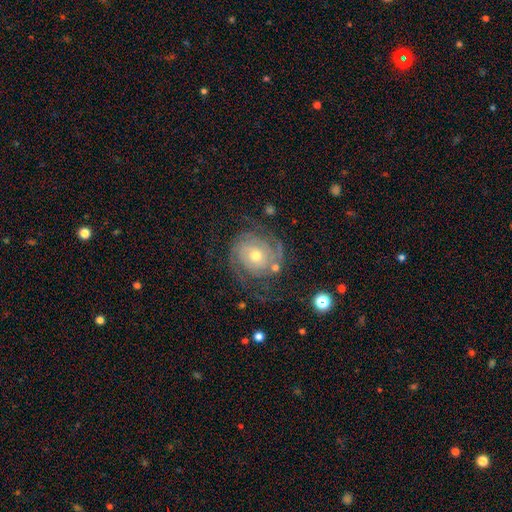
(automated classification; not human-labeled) This is clearly a featured or disk galaxy (85%). It is clearly not viewed edge-on (98%). Bar: likely no (74%). Spiral arm pattern: clearly yes (96%). Spiral arm count: possibly 2 (55%). Spiral winding: likely tight (65%). Central bulge: possibly moderate (53%). Merging: likely none (70%).